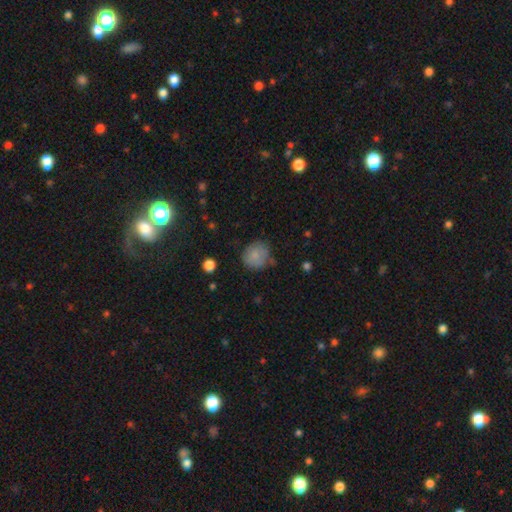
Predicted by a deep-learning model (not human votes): A smooth galaxy with no disk features (83%) that is round (82%). Merging: none (70%).